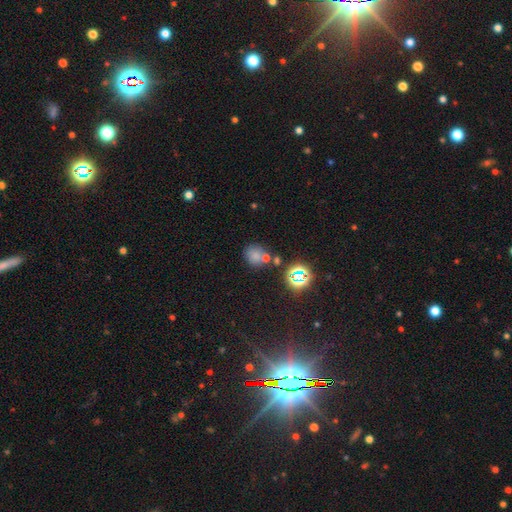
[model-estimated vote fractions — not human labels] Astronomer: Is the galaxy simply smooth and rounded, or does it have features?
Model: smooth — 66%.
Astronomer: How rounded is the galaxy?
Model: round — 73%.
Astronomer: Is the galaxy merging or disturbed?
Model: none — 60%.